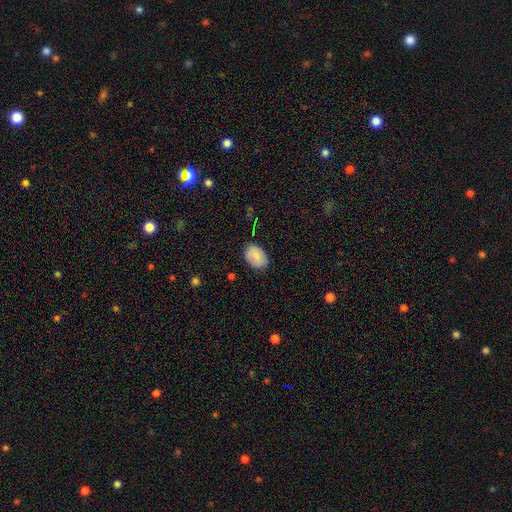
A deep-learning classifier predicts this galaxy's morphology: smooth-or-featured: smooth: 83% | featured or disk: 10% | star or artifact: 7%
  how-rounded: in between: 82% | round: 17% | cigar-shaped: 1%
  merging: none: 81% | minor disturbance: 15% | major disturbance: 3% | merger: 1%